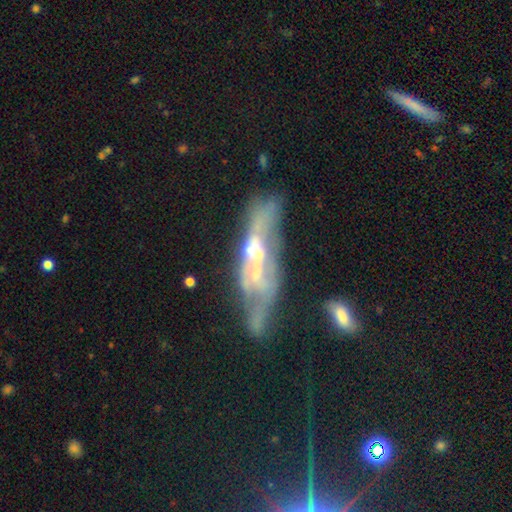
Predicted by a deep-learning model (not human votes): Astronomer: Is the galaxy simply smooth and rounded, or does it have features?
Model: featured or disk — 70%.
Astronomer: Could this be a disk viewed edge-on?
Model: no — 66%.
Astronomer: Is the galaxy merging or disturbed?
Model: major disturbance — 37% (runner-up: none, 24%).